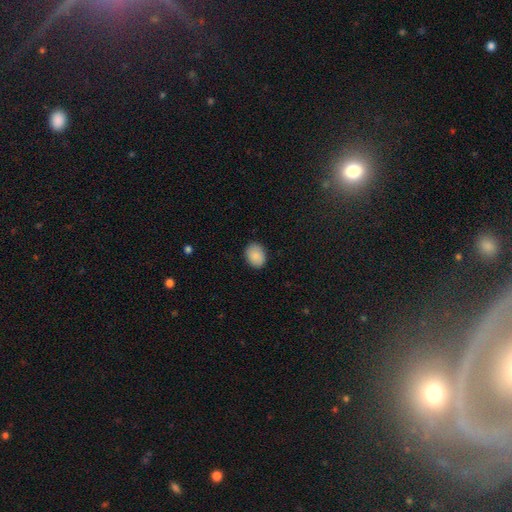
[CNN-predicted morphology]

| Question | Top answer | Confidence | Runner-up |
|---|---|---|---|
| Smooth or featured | smooth | 89% | star or artifact (7%) |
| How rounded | in between | 63% | round (36%) |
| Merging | none | 88% | minor disturbance (9%) |